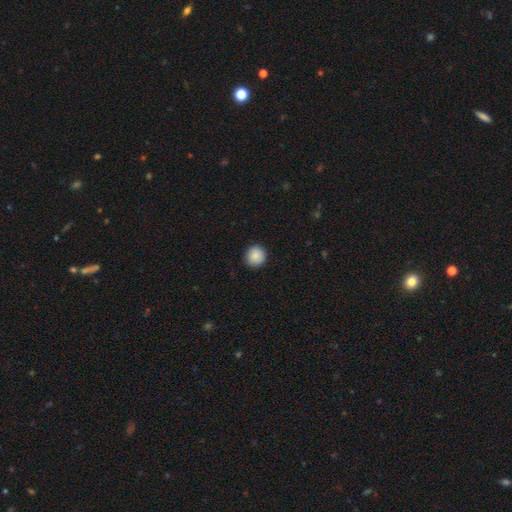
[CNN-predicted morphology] smooth-or-featured: smooth: 88% | star or artifact: 8% | featured or disk: 3%
  how-rounded: round: 92% | in between: 7% | cigar-shaped: 1%
  merging: none: 91% | minor disturbance: 6% | major disturbance: 2% | merger: 1%